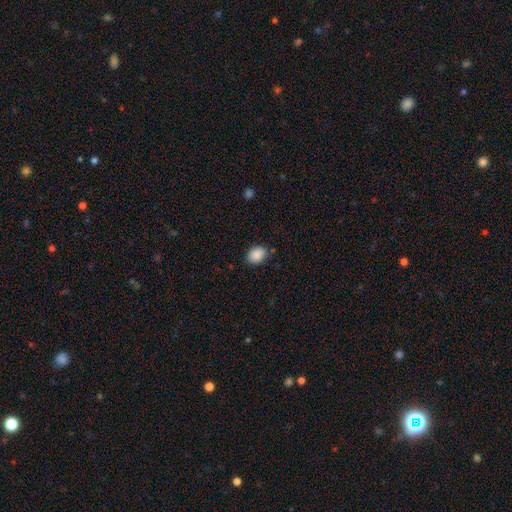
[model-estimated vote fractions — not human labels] smooth_or_featured: smooth (p=0.89) [alt: star or artifact p=0.08]
how_rounded: in between (p=0.59) [alt: round p=0.40]
merging: none (p=0.82) [alt: minor disturbance p=0.13]